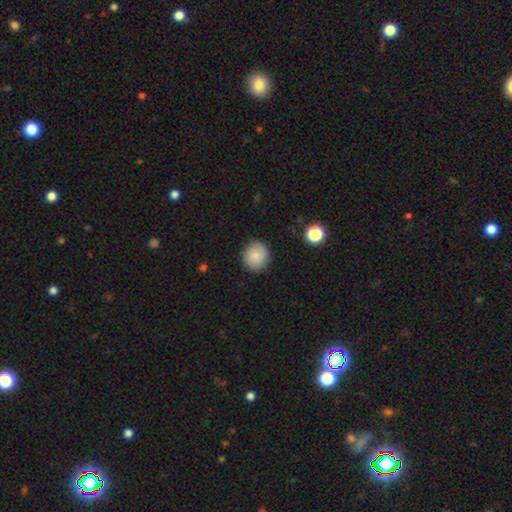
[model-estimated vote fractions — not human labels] This appears to be a smooth galaxy with no disk features (86%) that is round (91%). Merging: none (89%).